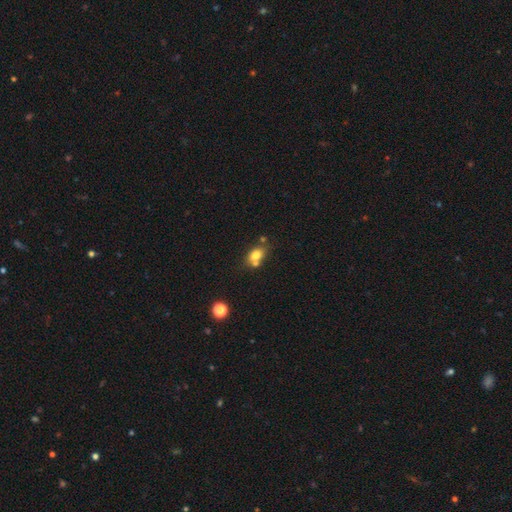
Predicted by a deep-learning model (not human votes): Smooth or featured? smooth (77%)
How rounded? in between (69%)
Merging? none (52%)